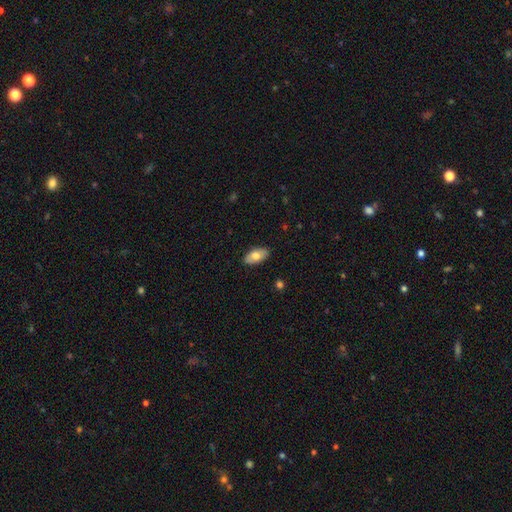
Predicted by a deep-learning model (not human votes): smooth-or-featured: smooth: 73% | featured or disk: 21% | star or artifact: 6%
  how-rounded: in between: 92% | cigar-shaped: 5% | round: 3%
  merging: none: 88% | minor disturbance: 9% | major disturbance: 2% | merger: 1%